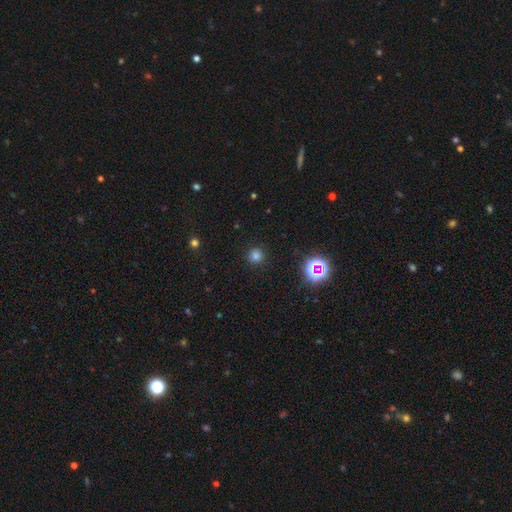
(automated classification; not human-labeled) This is likely a smooth galaxy (75%). How rounded: clearly round (94%). Merging: clearly none (90%).